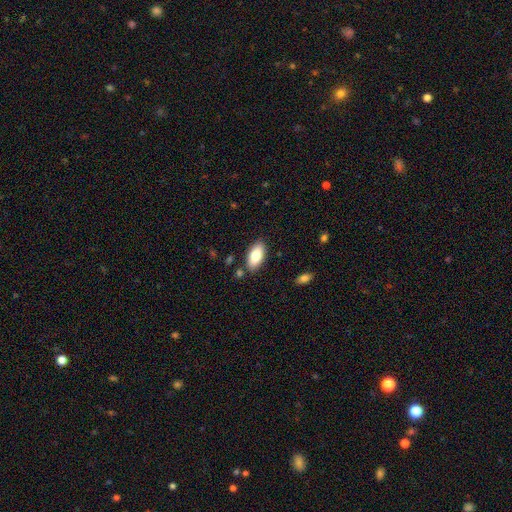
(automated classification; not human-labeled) Q: Smooth or featured?
A: smooth (82%); runner-up: featured or disk (12%)
Q: How rounded?
A: in between (91%); runner-up: cigar-shaped (6%)
Q: Merging?
A: none (85%); runner-up: minor disturbance (10%)